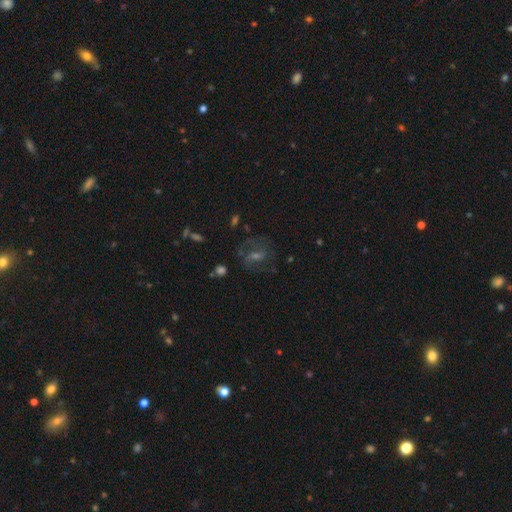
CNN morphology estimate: Smooth or featured? featured or disk (50%)
Edge-on disk? no (94%)
Merging? none (67%)